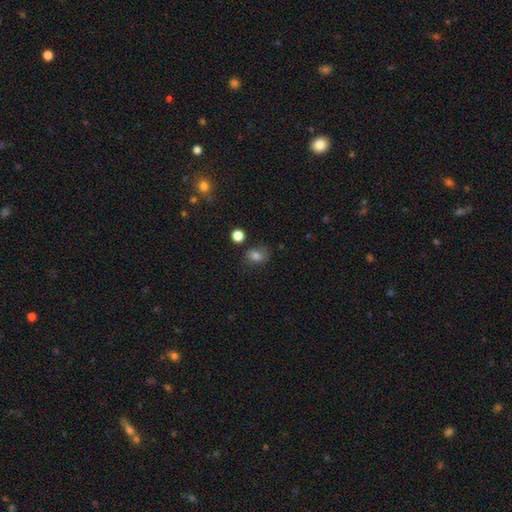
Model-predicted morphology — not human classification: smooth_or_featured: smooth (p=0.78) [alt: star or artifact p=0.13]
how_rounded: in between (p=0.61) [alt: round p=0.38]
merging: none (p=0.63) [alt: minor disturbance p=0.23]